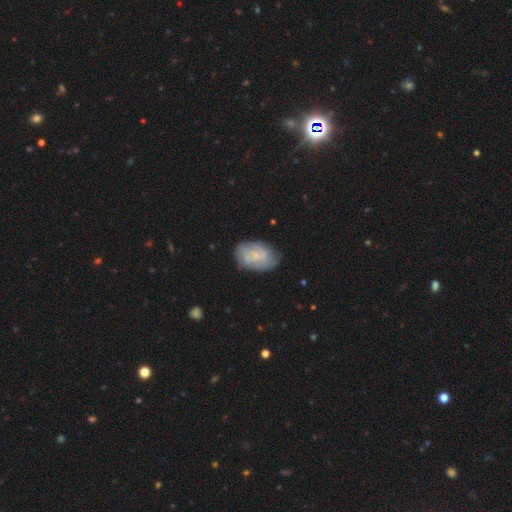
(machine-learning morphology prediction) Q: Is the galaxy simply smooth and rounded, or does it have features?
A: featured or disk — 53%.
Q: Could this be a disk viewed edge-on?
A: no — 97%.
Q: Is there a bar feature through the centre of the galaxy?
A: no — 58%.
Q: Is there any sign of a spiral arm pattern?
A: yes — 80%.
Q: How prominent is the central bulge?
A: small — 67%.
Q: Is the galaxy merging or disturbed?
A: none — 73%.